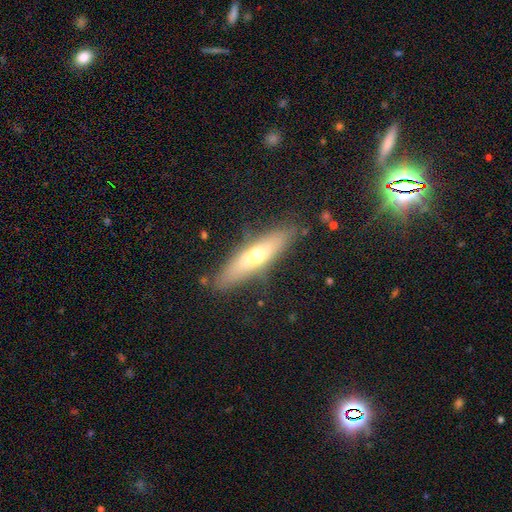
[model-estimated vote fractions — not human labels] A smooth galaxy with no disk features (50%). Merging: none (82%).